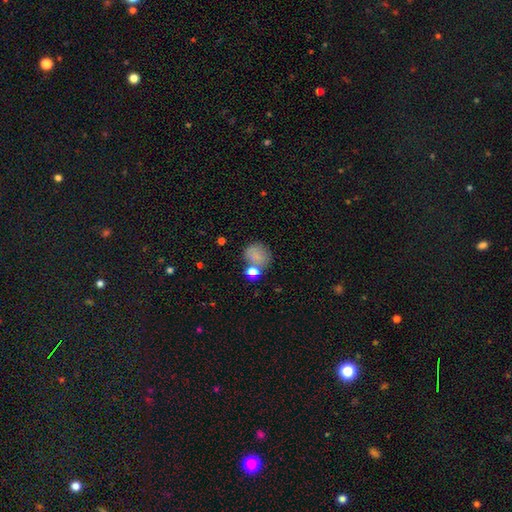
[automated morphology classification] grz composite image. It shows a smooth galaxy with no disk features (74%) that is round (79%). Merging: none (59%).